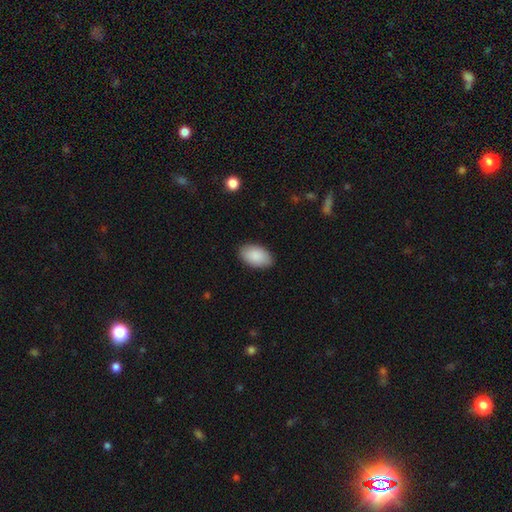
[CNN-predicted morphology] Q: Smooth or featured?
A: smooth (90%); runner-up: star or artifact (6%)
Q: How rounded?
A: in between (94%); runner-up: round (5%)
Q: Merging?
A: none (87%); runner-up: minor disturbance (10%)